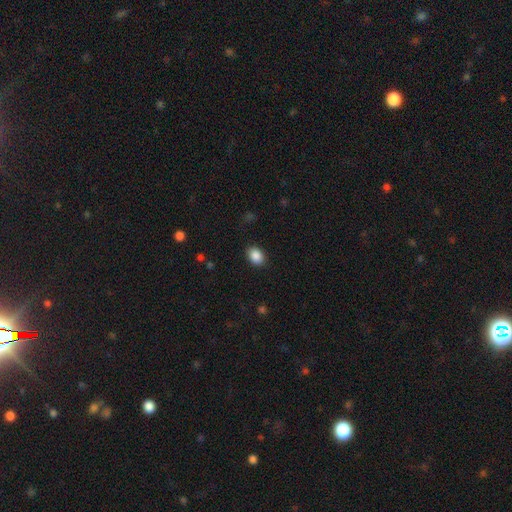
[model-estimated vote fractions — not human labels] smooth-or-featured: smooth: 88% | star or artifact: 8% | featured or disk: 3%
  how-rounded: in between: 72% | round: 27% | cigar-shaped: 1%
  merging: none: 89% | minor disturbance: 8% | major disturbance: 2% | merger: 1%